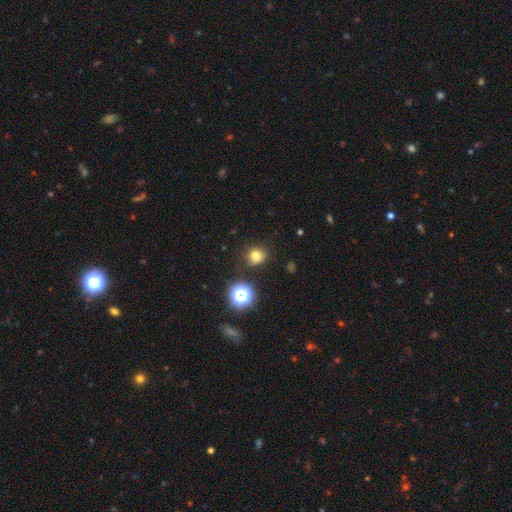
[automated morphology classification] Smooth or featured? Predicted: smooth (p=0.75). How rounded? Predicted: round (p=0.79). Merging? Predicted: none (p=0.82).